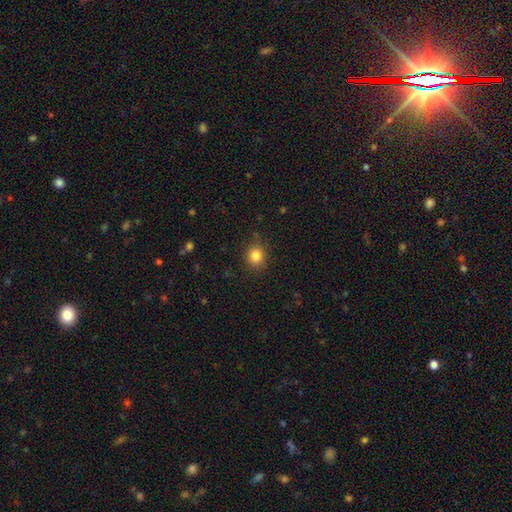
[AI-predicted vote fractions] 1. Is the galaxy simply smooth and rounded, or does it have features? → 84% smooth, 11% star or artifact, 5% featured or disk.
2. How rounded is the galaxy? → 84% round, 15% in between, 1% cigar-shaped.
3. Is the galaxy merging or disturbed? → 88% none, 8% minor disturbance, 3% major disturbance, 1% merger.